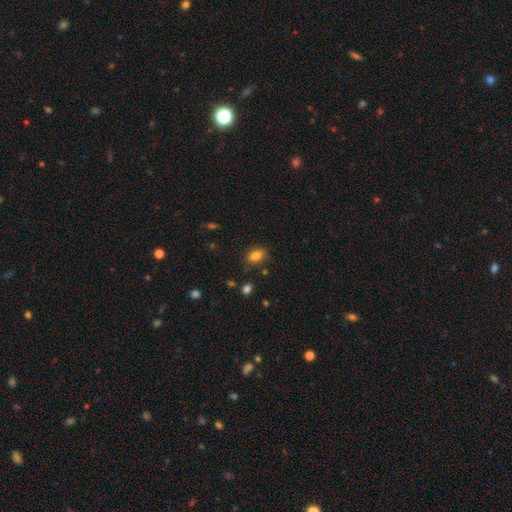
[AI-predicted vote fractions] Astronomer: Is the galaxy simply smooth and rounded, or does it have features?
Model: smooth — 84%.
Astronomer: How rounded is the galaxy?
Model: in between — 81%.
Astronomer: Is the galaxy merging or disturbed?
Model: none — 79%.